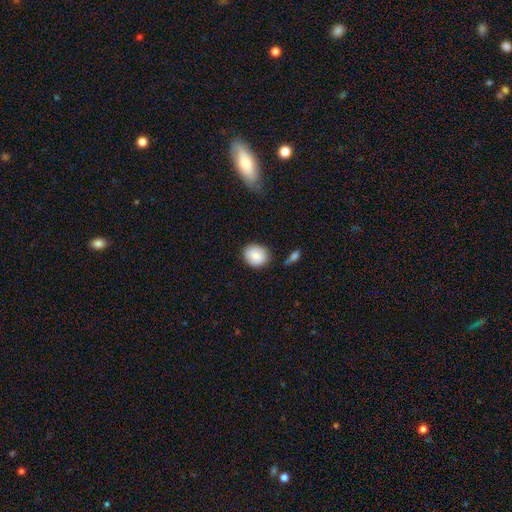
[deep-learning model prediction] Smooth or featured? smooth (84%)
How rounded? round (71%)
Merging? none (80%)